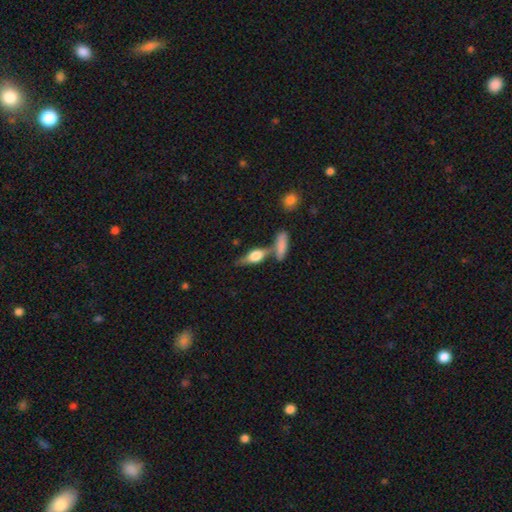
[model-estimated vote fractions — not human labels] Smooth or featured? featured or disk (53%)
Edge-on disk? yes (92%)
Merging? none (61%)